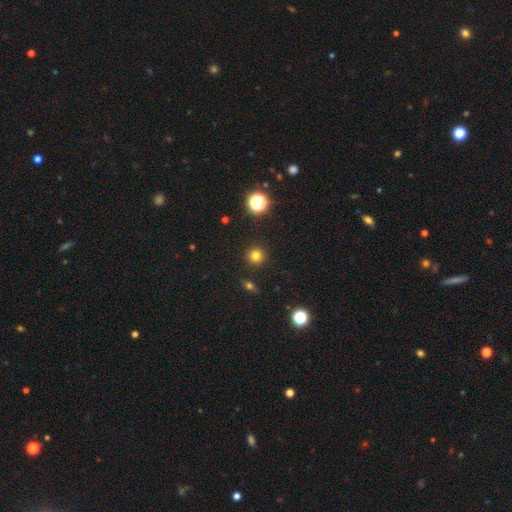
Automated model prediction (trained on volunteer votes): A smooth galaxy with no disk features (78%) that is round (95%).

Vote fractions:
- Smooth or featured? smooth: 78% / star or artifact: 16% / featured or disk: 6%
- How rounded? round: 95% / in between: 4% / cigar-shaped: 1%
- Merging? none: 92% / minor disturbance: 5% / major disturbance: 2% / merger: 2%